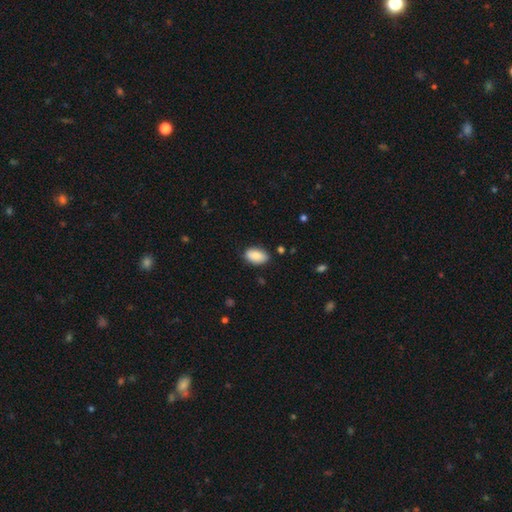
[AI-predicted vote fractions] smooth_or_featured: smooth (p=0.86) [alt: featured or disk p=0.07]
how_rounded: in between (p=0.93) [alt: round p=0.06]
merging: none (p=0.82) [alt: minor disturbance p=0.14]